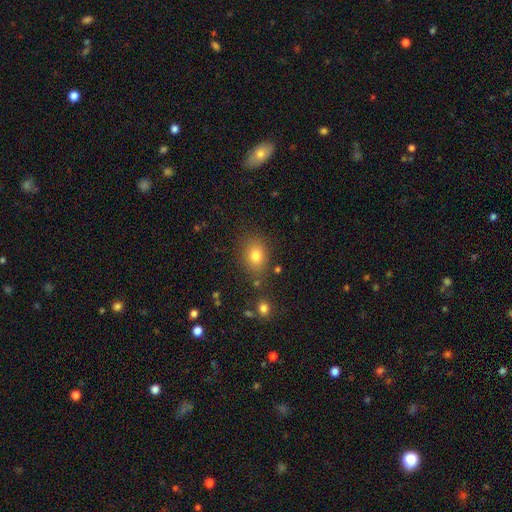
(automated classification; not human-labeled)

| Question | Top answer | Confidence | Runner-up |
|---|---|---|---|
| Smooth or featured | smooth | 78% | star or artifact (13%) |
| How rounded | in between | 58% | round (40%) |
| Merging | none | 78% | minor disturbance (13%) |